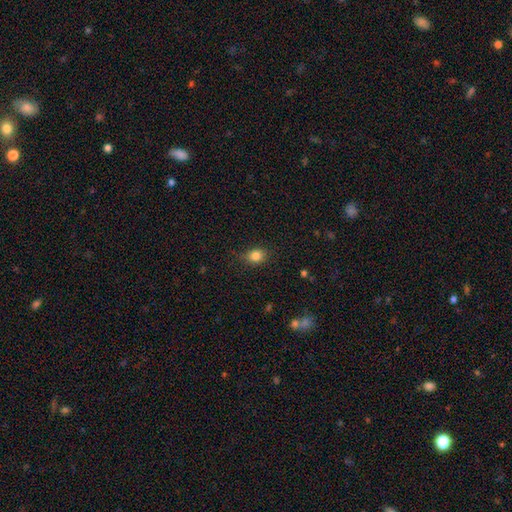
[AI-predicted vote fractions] This is clearly a smooth galaxy (83%). How rounded: possibly round (52%). Merging: likely none (78%).